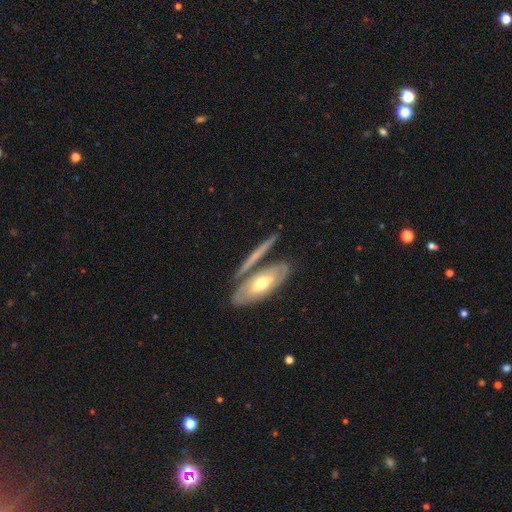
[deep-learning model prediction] smooth_or_featured: featured or disk (p=0.60) [alt: smooth p=0.33]
disk_edge_on: no (p=0.55) [alt: yes p=0.45]
merging: none (p=0.64) [alt: merger p=0.19]